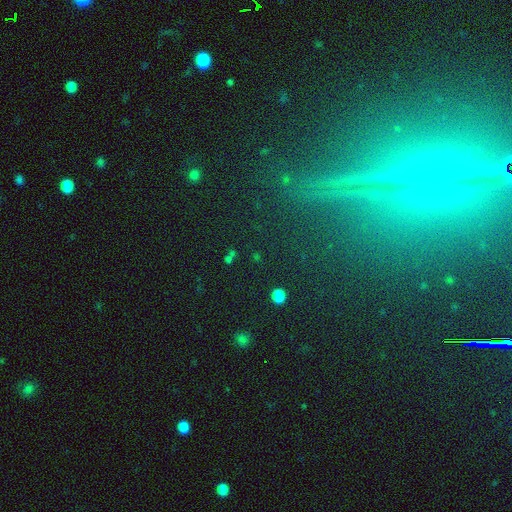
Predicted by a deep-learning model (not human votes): Smooth or featured?
  - star or artifact: 69% *
  - featured or disk: 18%
  - smooth: 13%